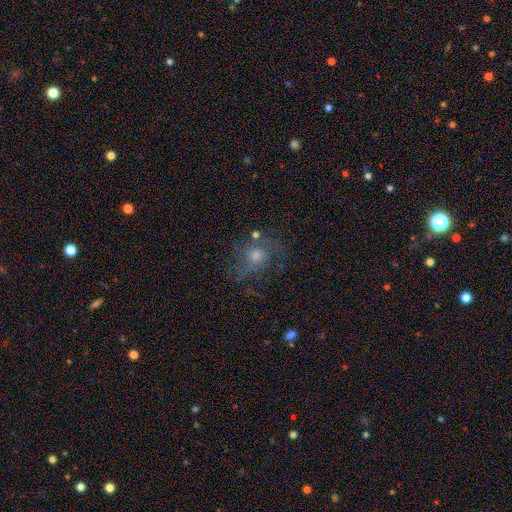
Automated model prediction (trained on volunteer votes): featured or disk 54%, smooth 29%, star or artifact 18%. Down the decision tree: edge-on disk — no (96%); bar — no (80%); spiral arms — yes (75%); bulge size — moderate (56%); merging — none (61%).